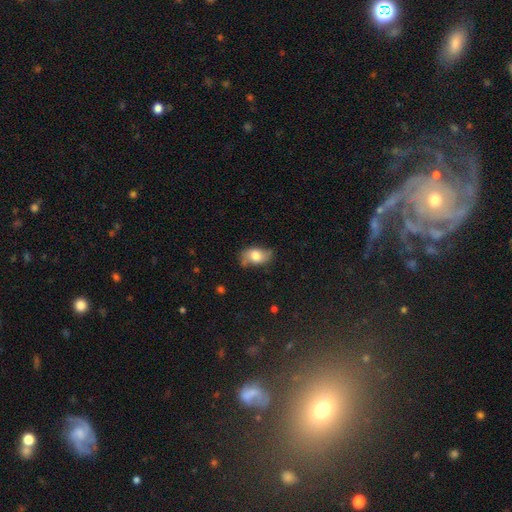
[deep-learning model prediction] This is likely a smooth galaxy (62%). How rounded: clearly in between (86%). Merging: likely none (62%).